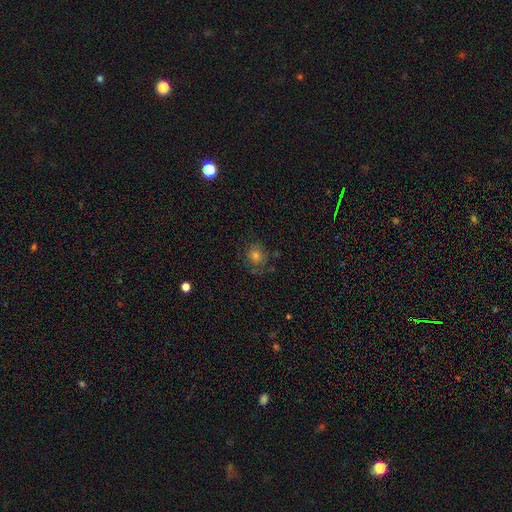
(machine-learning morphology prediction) Smooth or featured: smooth — 54% (star or artifact — 24%)
How rounded: round — 79% (in between — 20%)
Merging: none — 71% (minor disturbance — 17%)